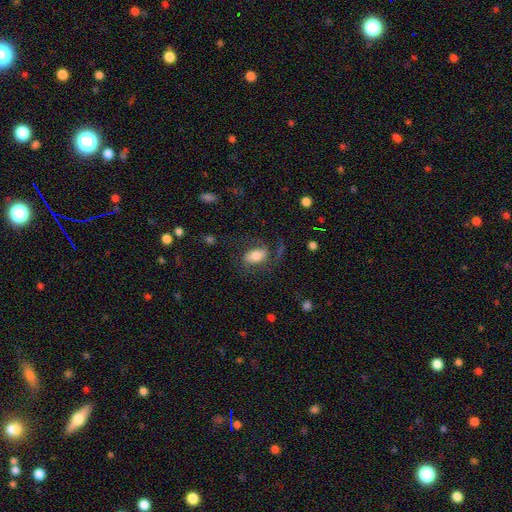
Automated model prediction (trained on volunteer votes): This is possibly a smooth galaxy (56%). How rounded: clearly in between (88%). Merging: possibly none (57%).